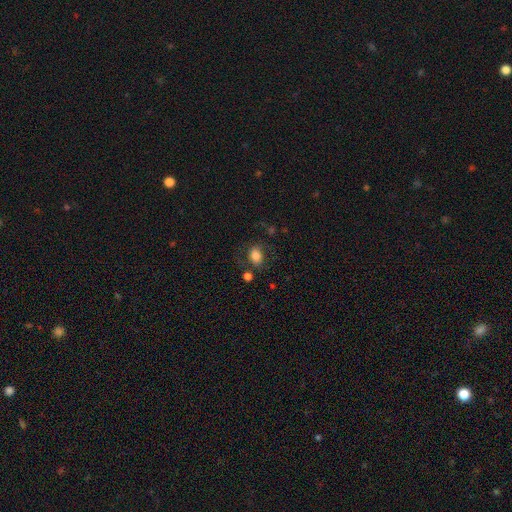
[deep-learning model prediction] Smooth or featured? Predicted: smooth (p=0.78). How rounded? Predicted: in between (p=0.58). Merging? Predicted: none (p=0.66).